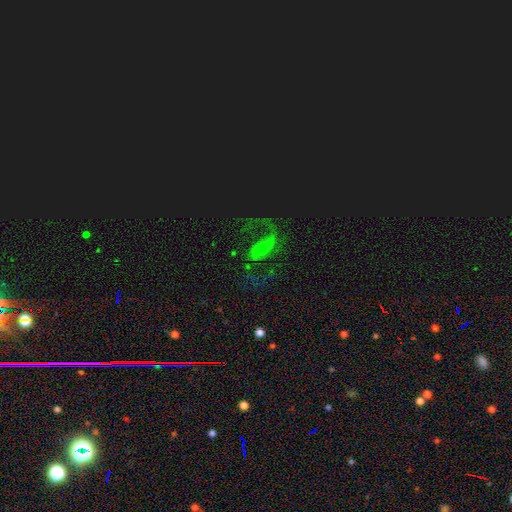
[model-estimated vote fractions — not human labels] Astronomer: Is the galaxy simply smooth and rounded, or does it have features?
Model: featured or disk — 79%.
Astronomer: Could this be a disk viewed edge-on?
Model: no — 97%.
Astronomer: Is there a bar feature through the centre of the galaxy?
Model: no — 41% (runner-up: weak, 38%).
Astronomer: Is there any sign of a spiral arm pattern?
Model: yes — 91%.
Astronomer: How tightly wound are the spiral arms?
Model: loose — 56% (runner-up: medium, 35%).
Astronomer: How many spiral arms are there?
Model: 2 — 87%.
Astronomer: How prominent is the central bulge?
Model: small — 61%.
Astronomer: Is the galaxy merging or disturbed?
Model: none — 60%.